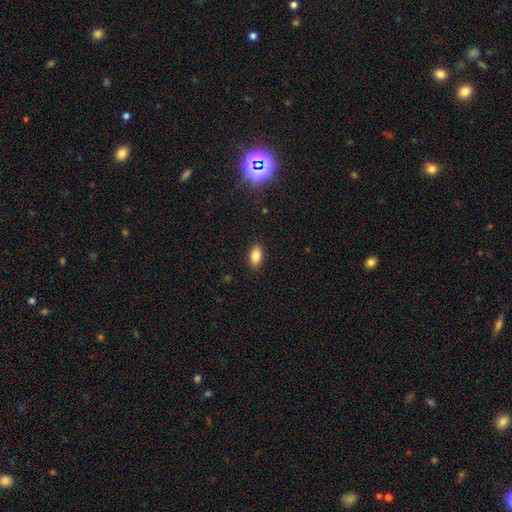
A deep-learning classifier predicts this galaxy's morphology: This is clearly a smooth galaxy (85%). How rounded: clearly in between (91%). Merging: clearly none (89%).